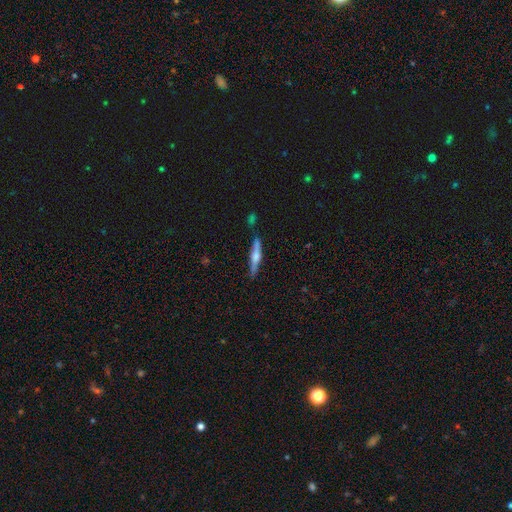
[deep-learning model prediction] smooth-or-featured: featured or disk: 57% | smooth: 37% | star or artifact: 6%
  disk-edge-on: yes: 96% | no: 4%
    edge-on-bulge: rounded: 75% | boxy: 17% | none: 7%
  merging: none: 77% | minor disturbance: 14% | merger: 5% | major disturbance: 3%